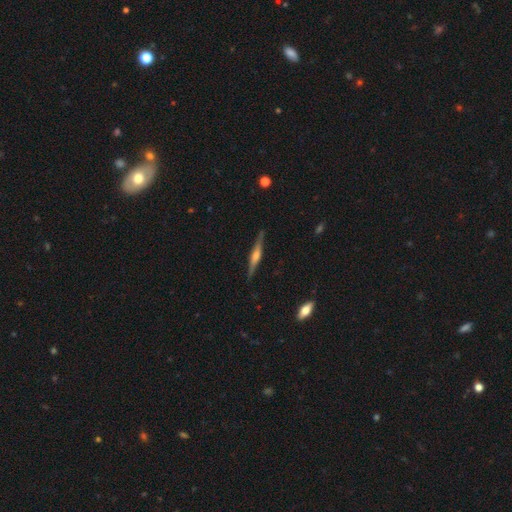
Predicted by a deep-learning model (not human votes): This is likely a featured or disk galaxy (71%). It is clearly viewed edge-on (97%). Edge-on bulge: likely rounded (71%). Merging: clearly none (87%).